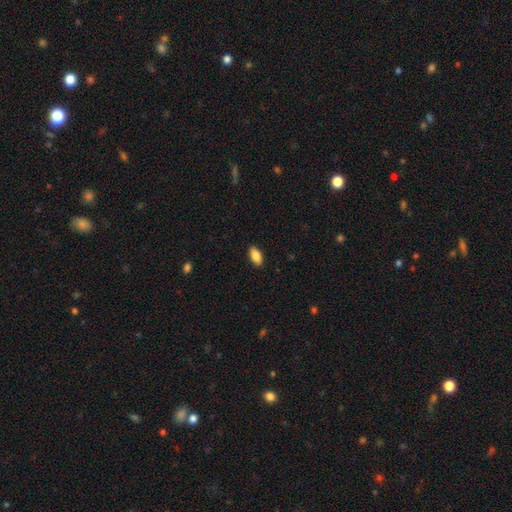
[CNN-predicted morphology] The model was most divided on "smooth or featured": smooth: 86%, featured or disk: 7%, star or artifact: 7%. More confident: how rounded — in between (90%); merging — none (89%).